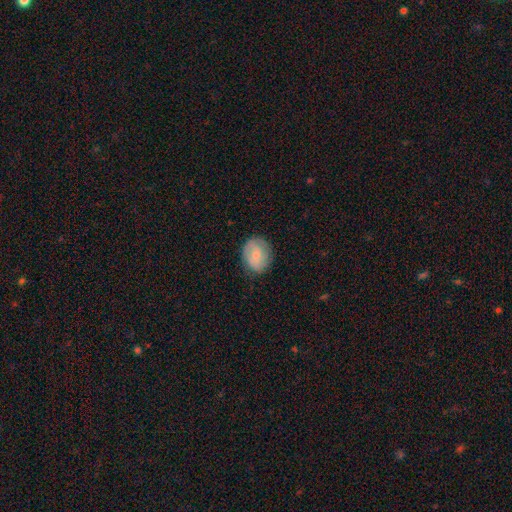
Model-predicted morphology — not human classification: This appears to be a smooth galaxy with no disk features (68%) that is round (59%). Merging: none (77%).